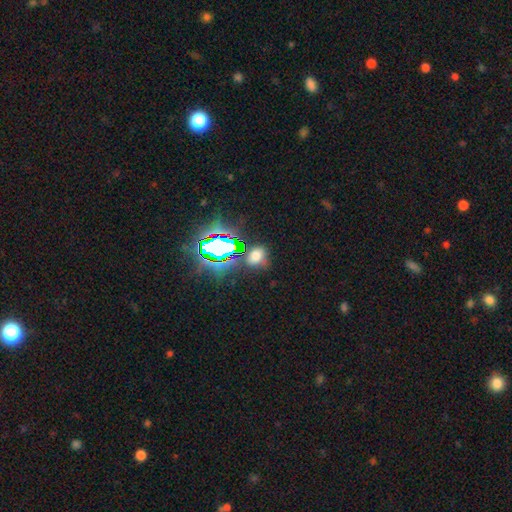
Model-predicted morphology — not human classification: type=smooth (53%); roundness=round (50%); merging=none (69%).